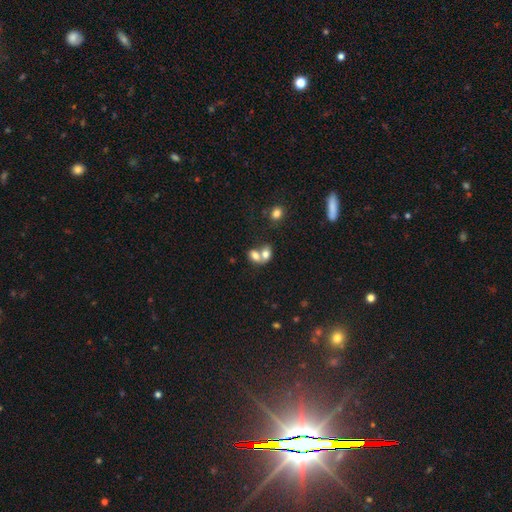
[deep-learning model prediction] A smooth galaxy with no disk features (72%) that is in between round and cigar-shaped (72%). Merging: merger (70%).